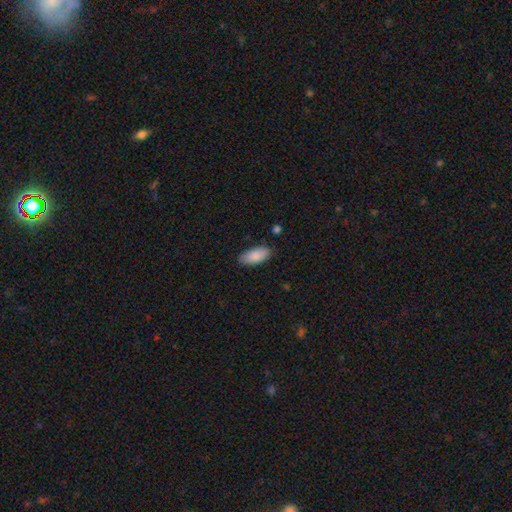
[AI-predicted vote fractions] Overall: smooth (88%). How rounded: in between (90%). Merging: none (85%).